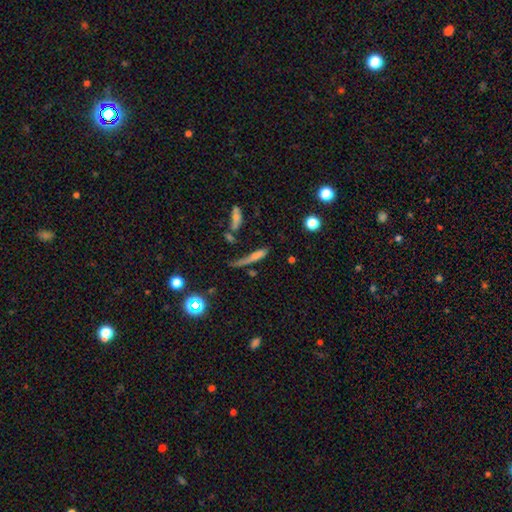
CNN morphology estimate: A smooth galaxy with no disk features (49%). Merging: none (50%).